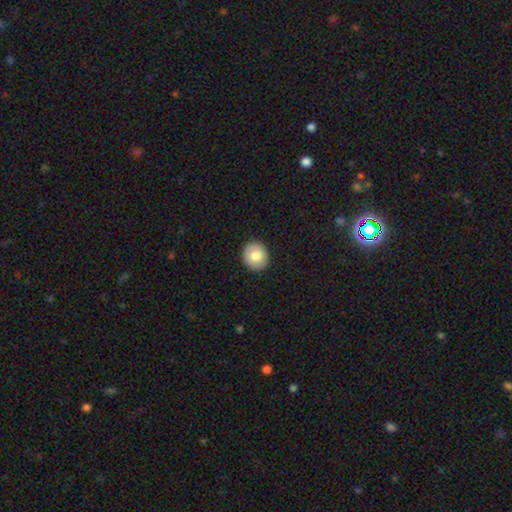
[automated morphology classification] smooth-or-featured: smooth: 79% | featured or disk: 13% | star or artifact: 8%
  how-rounded: round: 81% | in between: 18% | cigar-shaped: 1%
  merging: none: 91% | minor disturbance: 6% | major disturbance: 2% | merger: 1%